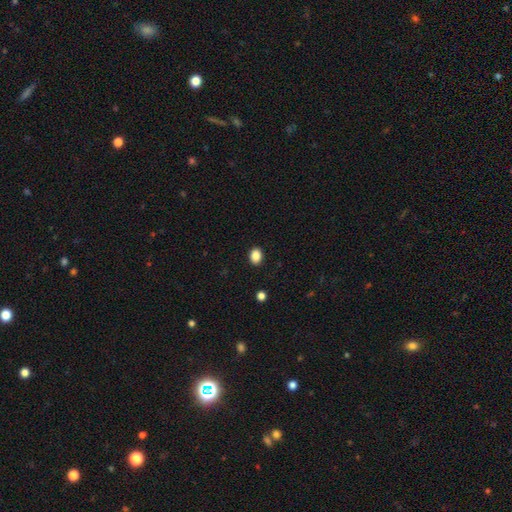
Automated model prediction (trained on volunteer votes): smooth_or_featured: smooth (p=0.87) [alt: star or artifact p=0.09]
how_rounded: in between (p=0.64) [alt: round p=0.35]
merging: none (p=0.90) [alt: minor disturbance p=0.07]